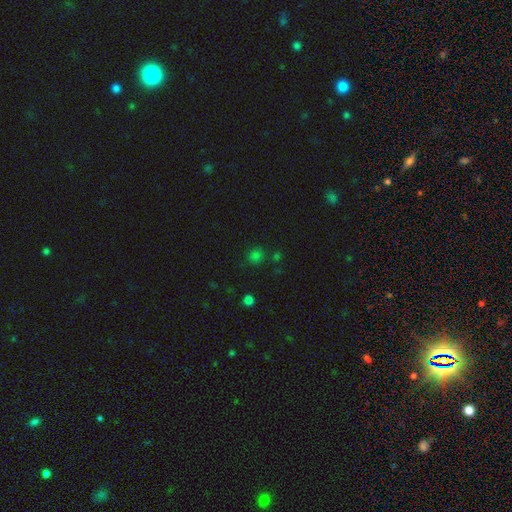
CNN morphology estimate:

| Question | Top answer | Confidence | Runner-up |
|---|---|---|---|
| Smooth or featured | smooth | 73% | star or artifact (23%) |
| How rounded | round | 88% | in between (11%) |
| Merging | none | 81% | minor disturbance (10%) |